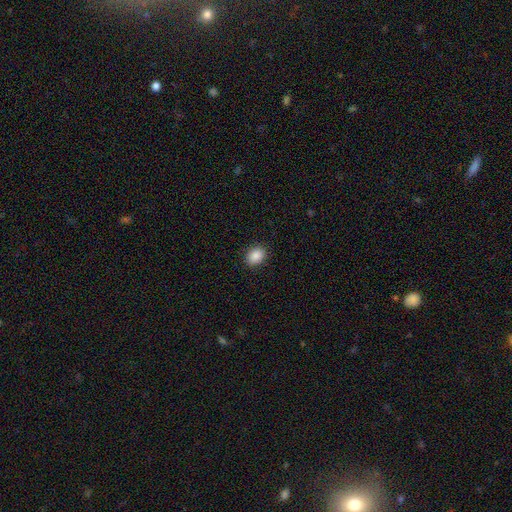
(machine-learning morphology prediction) smooth_or_featured: smooth (p=0.88) [alt: star or artifact p=0.08]
how_rounded: in between (p=0.57) [alt: round p=0.42]
merging: none (p=0.90) [alt: minor disturbance p=0.07]